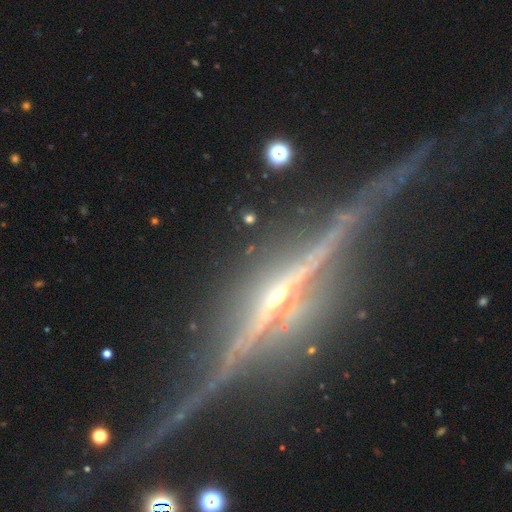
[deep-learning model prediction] A featured or disk galaxy (89%) viewed edge-on (96%) with a rounded central bulge (72%).

Vote fractions:
- Smooth or featured? featured or disk: 89% / star or artifact: 8% / smooth: 4%
- Edge-on disk? yes: 96% / no: 4%
- Edge-on bulge? rounded: 72% / none: 15% / boxy: 13%
- Merging? none: 79% / minor disturbance: 14% / major disturbance: 5% / merger: 3%